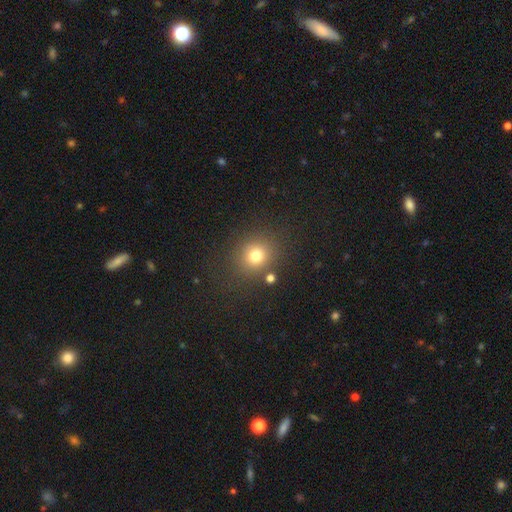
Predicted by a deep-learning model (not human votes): A smooth galaxy with no disk features (75%) that is round (81%). Merging: none (79%).